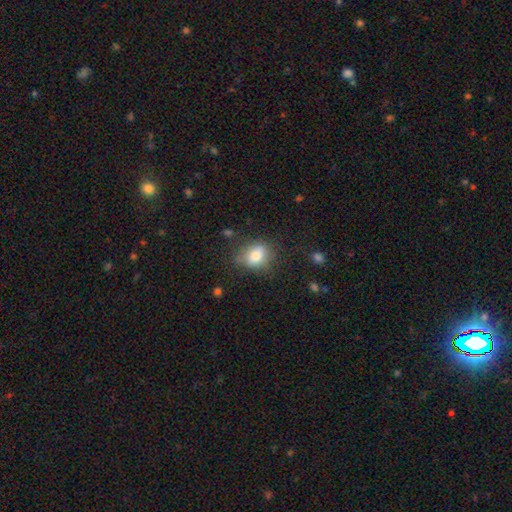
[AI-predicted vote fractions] Smooth or featured? Predicted: smooth (p=0.78). How rounded? Predicted: in between (p=0.52). Merging? Predicted: none (p=0.67).